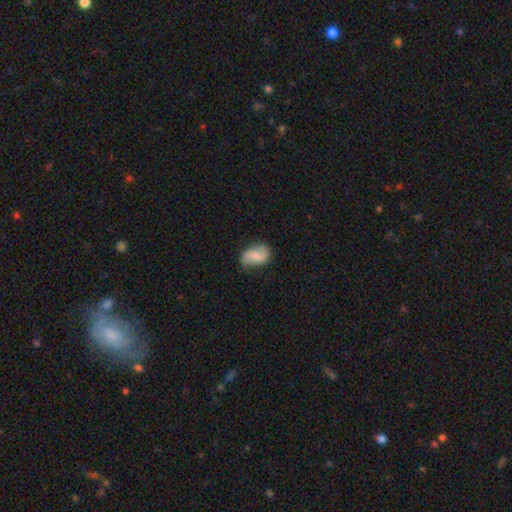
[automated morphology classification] This is possibly a smooth galaxy (48%). Merging: likely none (65%).